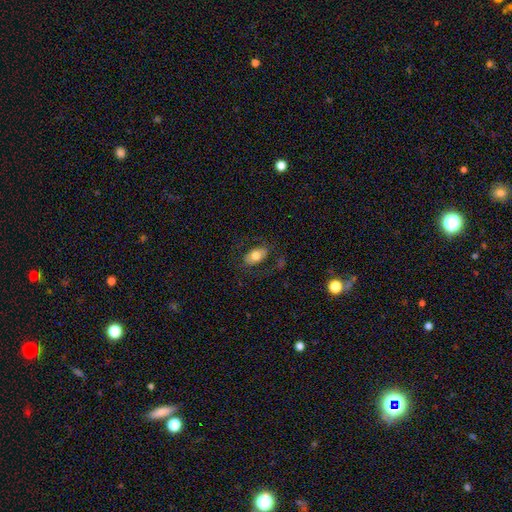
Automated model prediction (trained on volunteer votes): Q: Smooth or featured?
A: smooth (71%); runner-up: featured or disk (22%)
Q: How rounded?
A: in between (91%); runner-up: round (7%)
Q: Merging?
A: none (76%); runner-up: minor disturbance (14%)